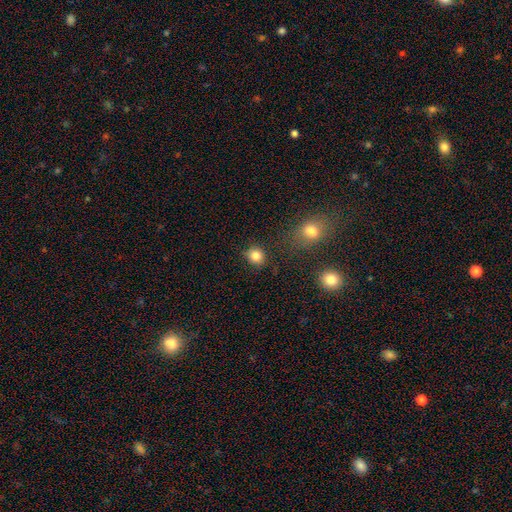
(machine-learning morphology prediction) smooth-or-featured: smooth: 83% | star or artifact: 12% | featured or disk: 5%
  how-rounded: round: 80% | in between: 19% | cigar-shaped: 1%
  merging: none: 83% | minor disturbance: 10% | merger: 4% | major disturbance: 3%